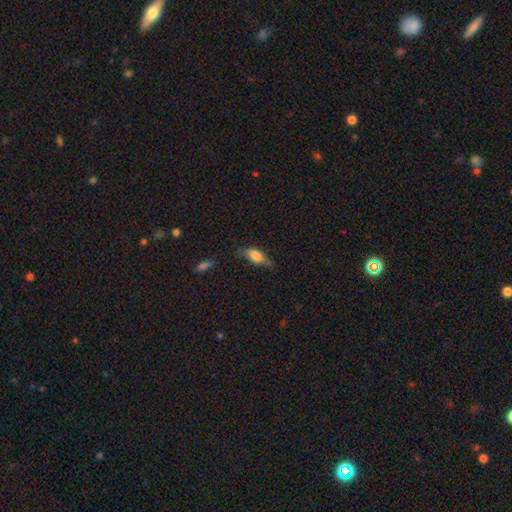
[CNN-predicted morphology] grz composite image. It shows a smooth galaxy with no disk features (74%) that is in between round and cigar-shaped (79%). Merging: none (53%).